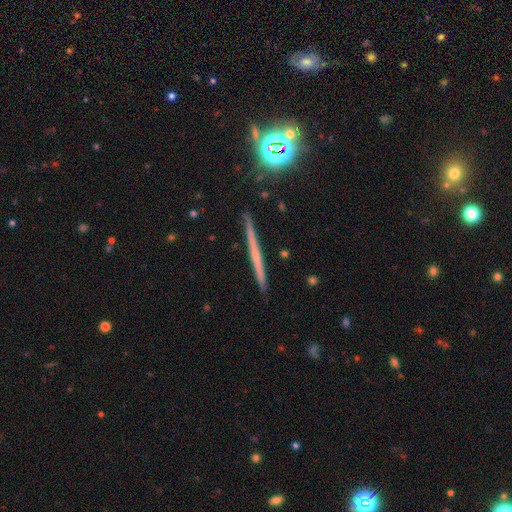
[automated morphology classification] smooth_or_featured: featured or disk (p=0.54) [alt: smooth p=0.32]
disk_edge_on: yes (p=0.97) [alt: no p=0.03]
edge_on_bulge: none (p=0.77) [alt: rounded p=0.19]
merging: none (p=0.90) [alt: minor disturbance p=0.07]